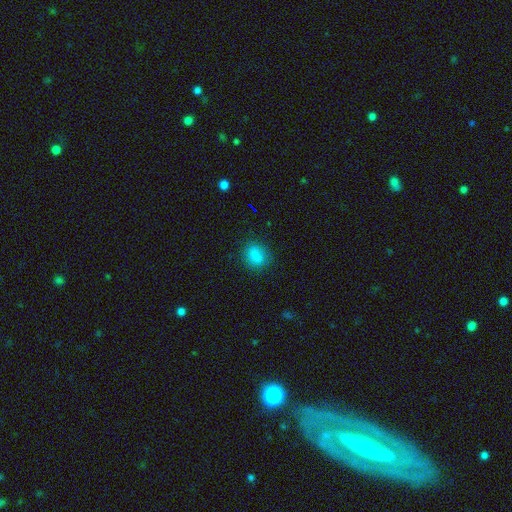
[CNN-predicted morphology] Q: Smooth or featured?
A: smooth (85%); runner-up: star or artifact (10%)
Q: How rounded?
A: in between (63%); runner-up: round (33%)
Q: Merging?
A: none (82%); runner-up: minor disturbance (13%)